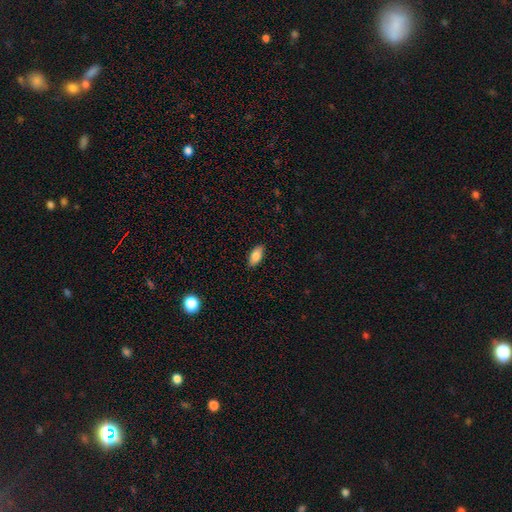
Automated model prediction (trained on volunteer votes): smooth-or-featured: smooth: 83% | featured or disk: 10% | star or artifact: 7%
  how-rounded: in between: 89% | cigar-shaped: 8% | round: 3%
  merging: none: 88% | minor disturbance: 9% | major disturbance: 2% | merger: 1%